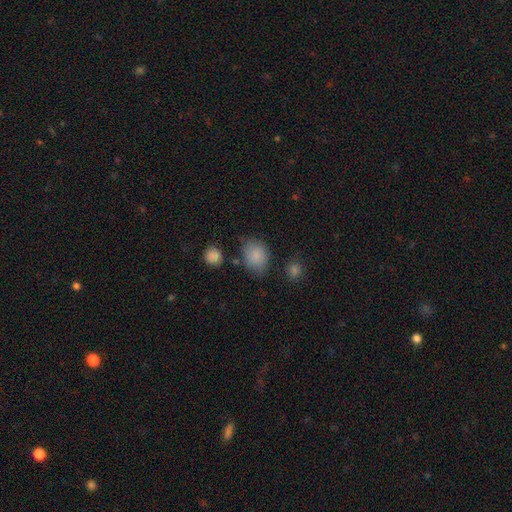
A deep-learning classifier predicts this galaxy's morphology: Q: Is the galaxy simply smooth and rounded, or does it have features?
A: smooth — 84%.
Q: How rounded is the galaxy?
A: in between — 58%.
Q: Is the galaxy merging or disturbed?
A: none — 64%.